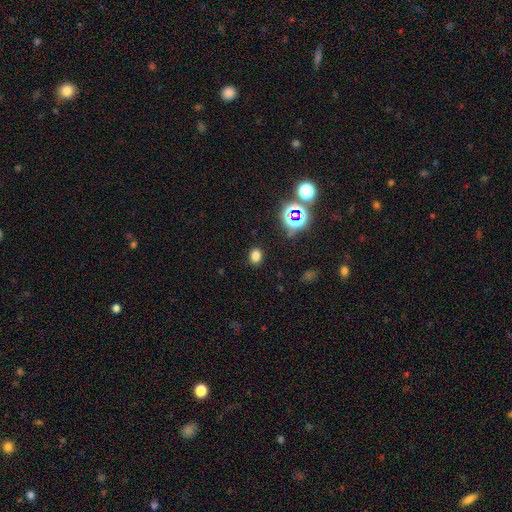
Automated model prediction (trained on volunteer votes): smooth 72%, star or artifact 22%, featured or disk 6%. Down the decision tree: how rounded — in between (51%); merging — none (86%).